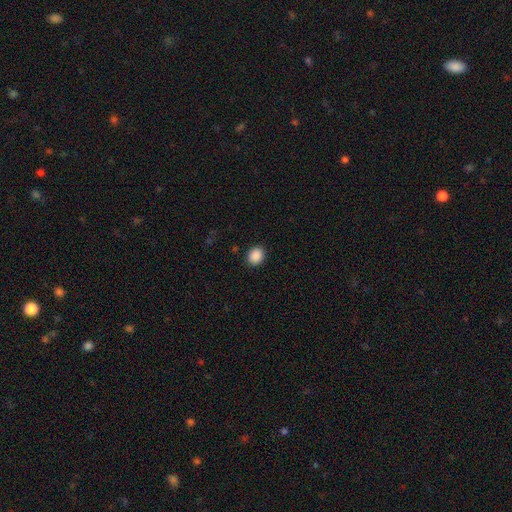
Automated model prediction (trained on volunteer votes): Smooth or featured? Predicted: smooth (p=0.89). How rounded? Predicted: round (p=0.63). Merging? Predicted: none (p=0.90).